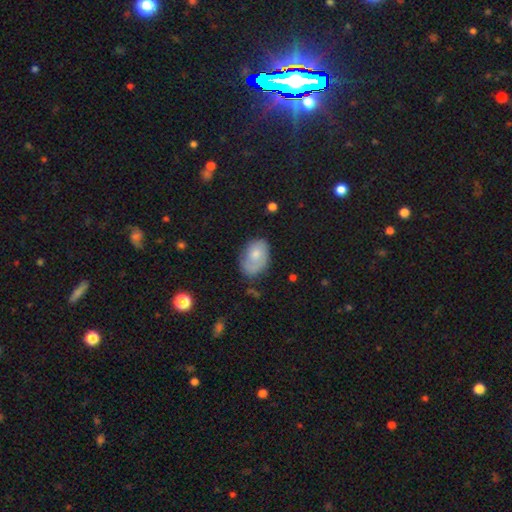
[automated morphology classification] The model was most divided on "merging": none: 56%, minor disturbance: 29%, major disturbance: 11%, merger: 3%. More confident: how rounded — in between (86%); smooth or featured — smooth (63%).